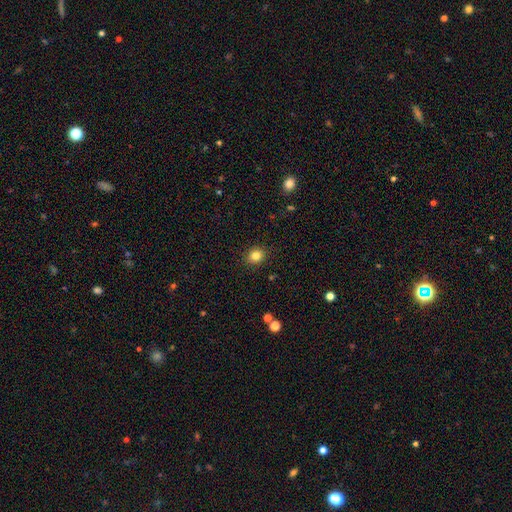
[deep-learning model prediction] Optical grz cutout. It shows a smooth galaxy with no disk features (82%) that is round (72%). Merging: none (90%).